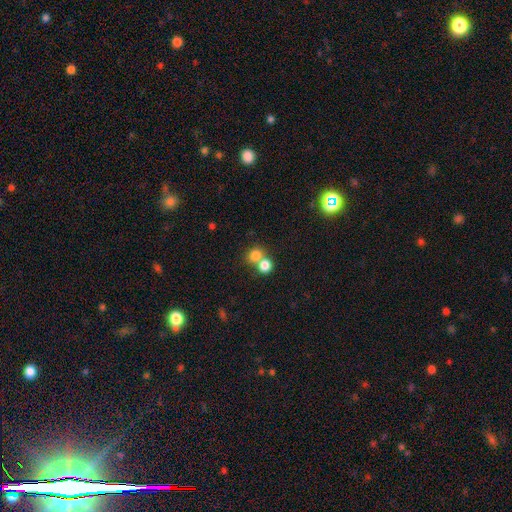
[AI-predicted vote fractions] This is likely a smooth galaxy (79%). How rounded: likely round (77%). Merging: possibly merger (50%).